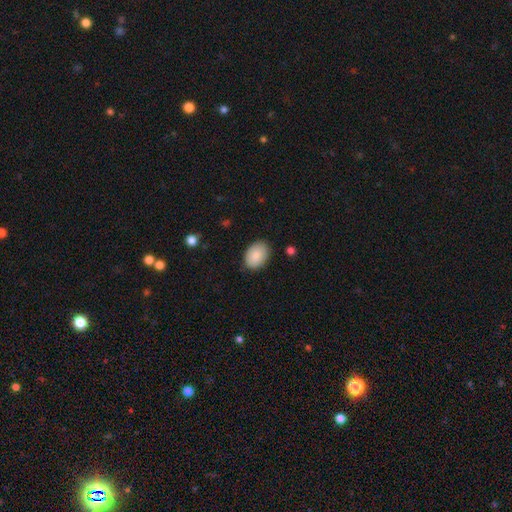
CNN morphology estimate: This appears to be a smooth galaxy with no disk features (88%) that is in between round and cigar-shaped (84%). Merging: none (83%).